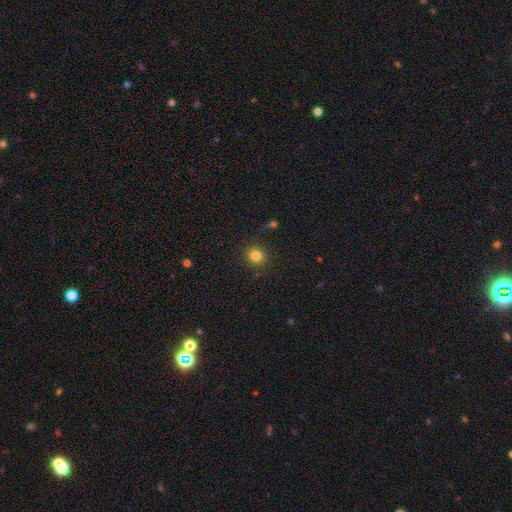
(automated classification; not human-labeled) A smooth galaxy with no disk features (82%) that is round (85%).

Vote fractions:
- Smooth or featured? smooth: 82% / star or artifact: 12% / featured or disk: 6%
- How rounded? round: 85% / in between: 14% / cigar-shaped: 1%
- Merging? none: 88% / minor disturbance: 7% / major disturbance: 3% / merger: 2%